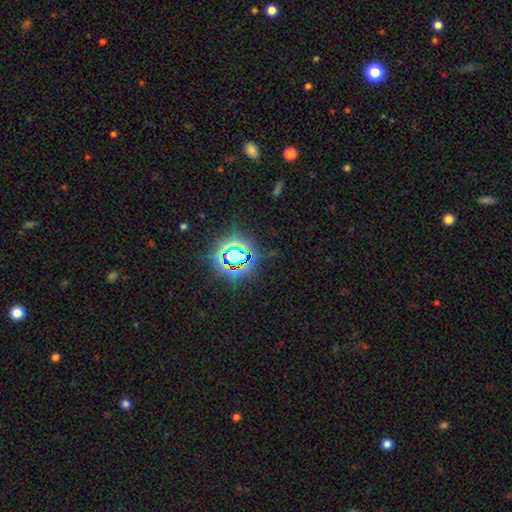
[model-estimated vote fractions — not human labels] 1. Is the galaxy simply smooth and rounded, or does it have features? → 78% star or artifact, 14% smooth, 8% featured or disk.